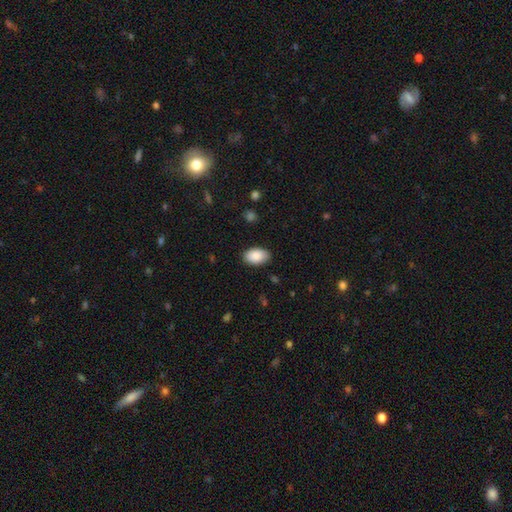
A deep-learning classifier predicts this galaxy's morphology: Smooth or featured: smooth — 89% (star or artifact — 6%)
How rounded: in between — 93% (round — 6%)
Merging: none — 86% (minor disturbance — 11%)